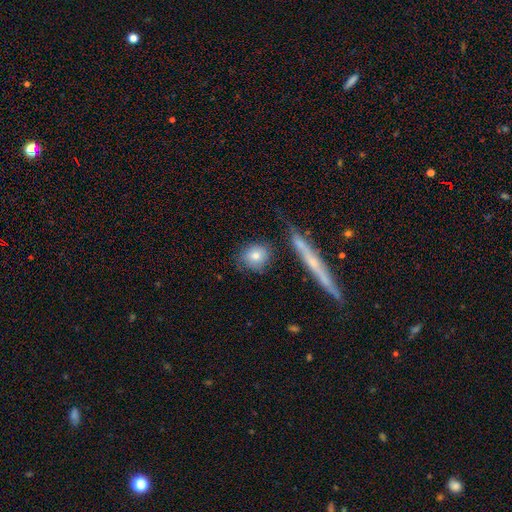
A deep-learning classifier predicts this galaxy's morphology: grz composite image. It shows a smooth galaxy with no disk features (76%) that is round (80%). Merging: none (73%).